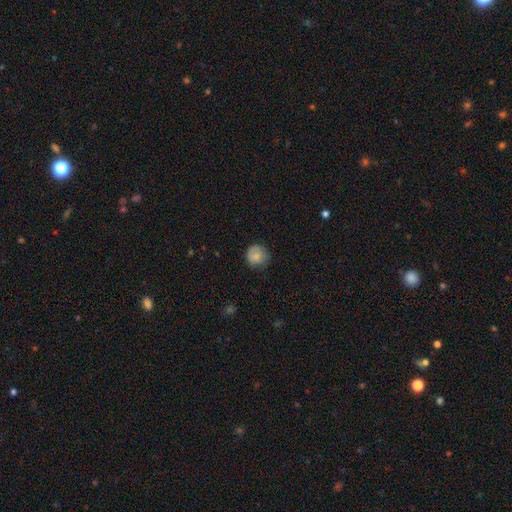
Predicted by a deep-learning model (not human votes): Smooth or featured? smooth (79%)
How rounded? round (89%)
Merging? none (71%)